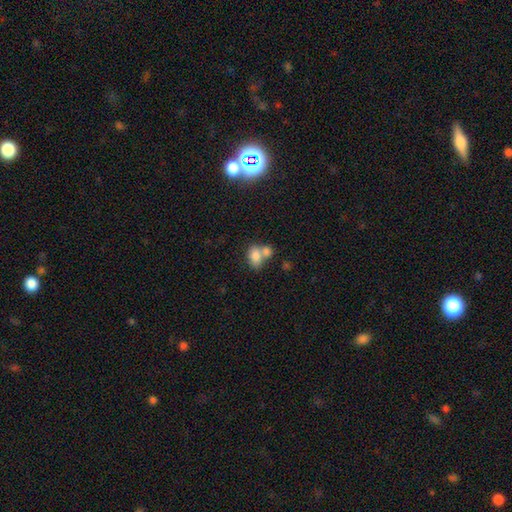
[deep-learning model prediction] Smooth or featured? smooth (79%)
How rounded? in between (79%)
Merging? merger (55%)